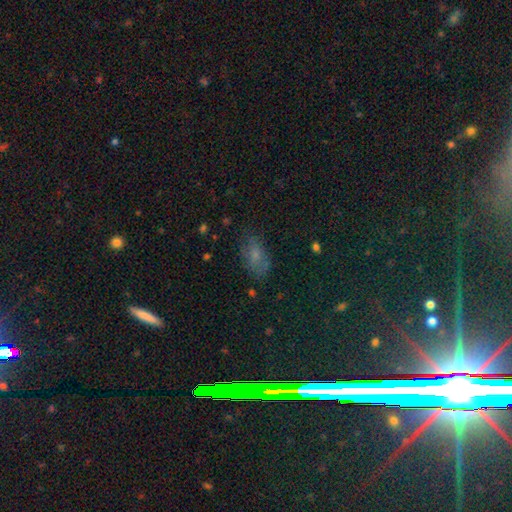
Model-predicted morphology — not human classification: smooth-or-featured: smooth: 58% | star or artifact: 23% | featured or disk: 19%
  how-rounded: in between: 87% | round: 9% | cigar-shaped: 4%
  merging: none: 67% | minor disturbance: 22% | major disturbance: 9% | merger: 2%